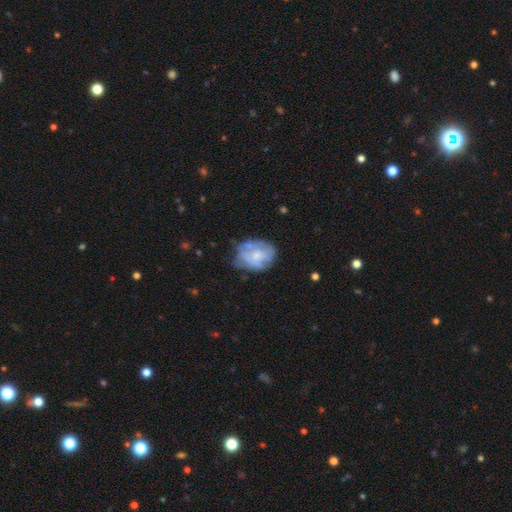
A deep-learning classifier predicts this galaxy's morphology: Smooth or featured? featured or disk (57%)
Edge-on disk? no (97%)
Bar? no (74%)
Spiral arms? yes (56%)
Bulge size? small (44%)
Merging? none (51%)